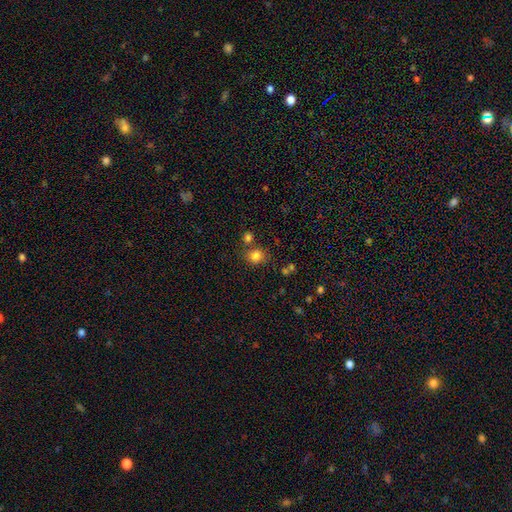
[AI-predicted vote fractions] The model was most divided on "how rounded": round: 78%, in between: 21%, cigar-shaped: 1%. More confident: smooth or featured — smooth (81%); merging — none (71%).